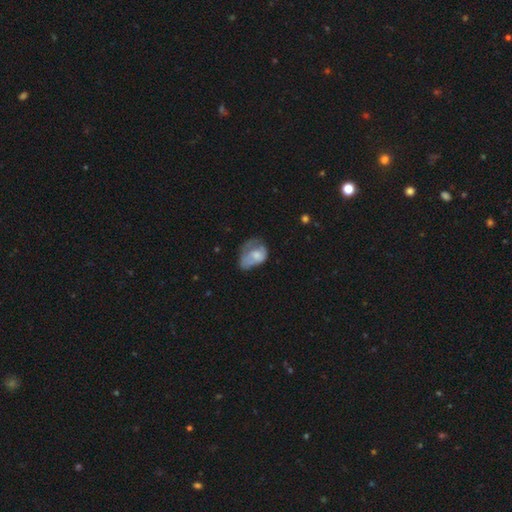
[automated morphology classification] smooth_or_featured: smooth (p=0.56) [alt: featured or disk p=0.35]
how_rounded: in between (p=0.76) [alt: round p=0.22]
merging: major disturbance (p=0.41) [alt: minor disturbance p=0.31]